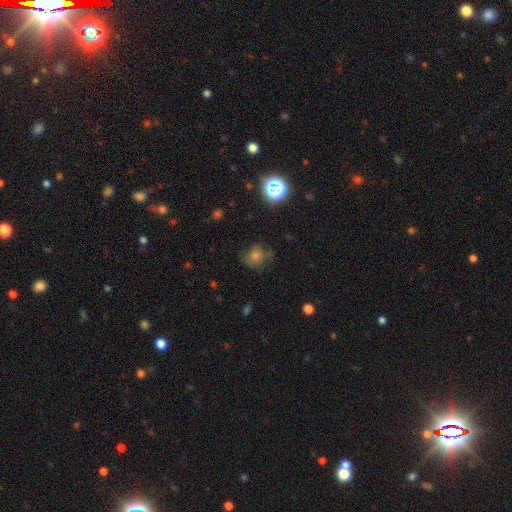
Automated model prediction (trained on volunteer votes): This appears to be a smooth galaxy with no disk features (55%) that is round (79%). Merging: none (70%).